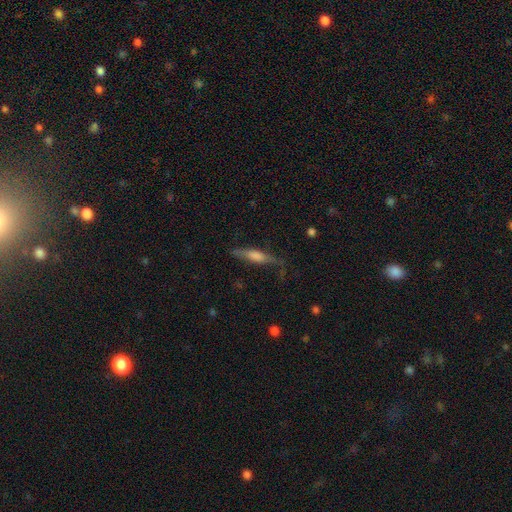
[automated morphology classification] Smooth or featured? featured or disk (51%)
Edge-on disk? yes (90%)
Merging? none (68%)